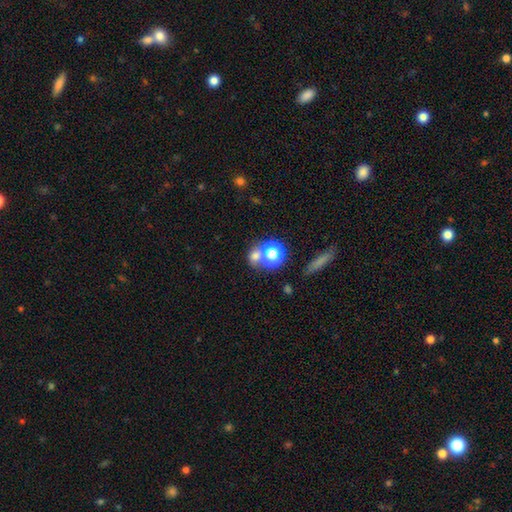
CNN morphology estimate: Smooth or featured? Predicted: smooth (p=0.67). How rounded? Predicted: round (p=0.69). Merging? Predicted: none (p=0.52).